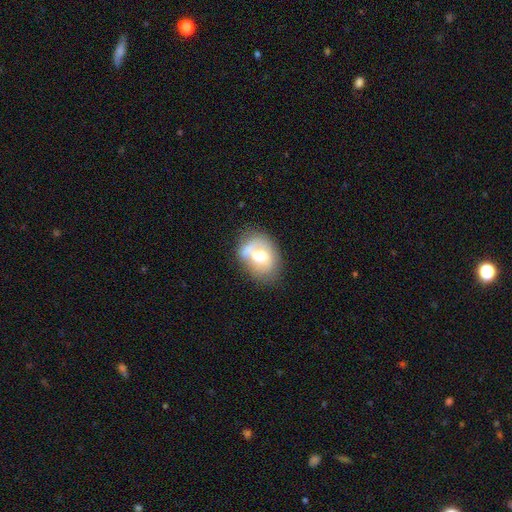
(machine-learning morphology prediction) smooth-or-featured: smooth: 58% | featured or disk: 34% | star or artifact: 8%
  how-rounded: in between: 69% | round: 30% | cigar-shaped: 1%
  merging: none: 41% | minor disturbance: 27% | merger: 17% | major disturbance: 15%